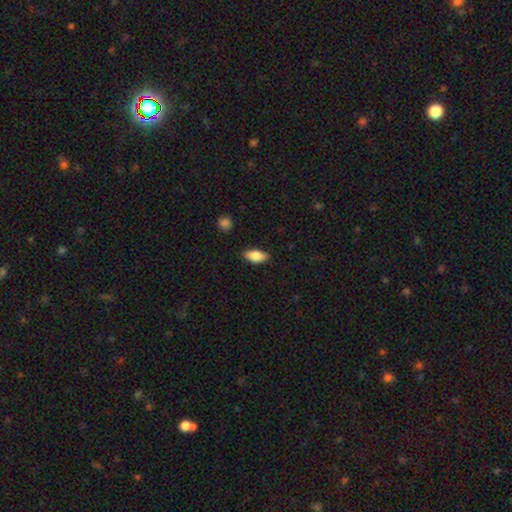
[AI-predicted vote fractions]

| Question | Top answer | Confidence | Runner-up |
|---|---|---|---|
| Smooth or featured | smooth | 84% | featured or disk (10%) |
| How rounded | in between | 90% | cigar-shaped (6%) |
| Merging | none | 86% | minor disturbance (10%) |